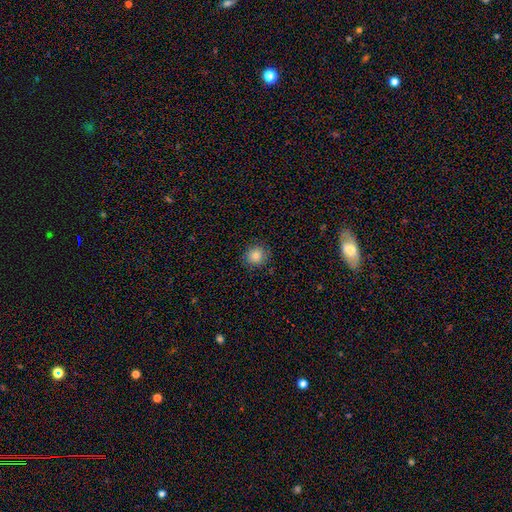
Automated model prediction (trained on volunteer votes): smooth_or_featured: smooth (p=0.85) [alt: star or artifact p=0.11]
how_rounded: round (p=0.91) [alt: in between p=0.08]
merging: none (p=0.88) [alt: minor disturbance p=0.09]